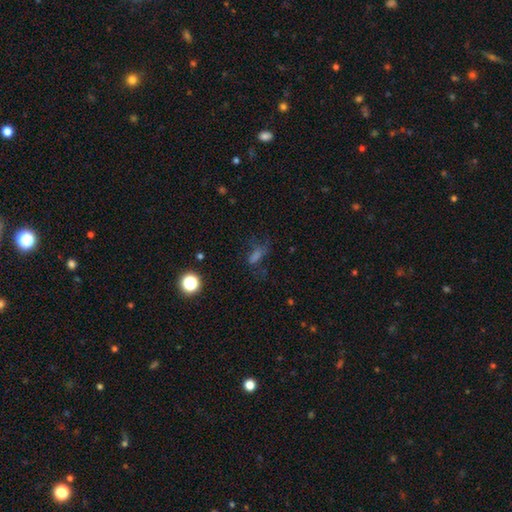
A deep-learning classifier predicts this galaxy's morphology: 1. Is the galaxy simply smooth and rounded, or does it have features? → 46% smooth, 34% star or artifact, 20% featured or disk.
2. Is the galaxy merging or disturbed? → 56% none, 21% major disturbance, 20% minor disturbance, 4% merger.